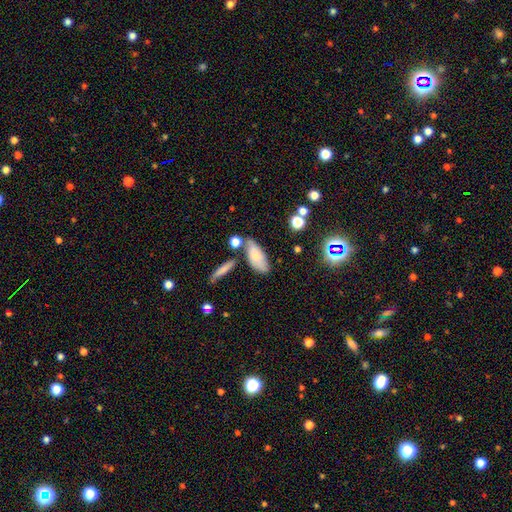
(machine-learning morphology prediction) Smooth or featured: smooth — 73% (featured or disk — 19%)
How rounded: in between — 82% (cigar-shaped — 14%)
Merging: none — 56% (minor disturbance — 20%)